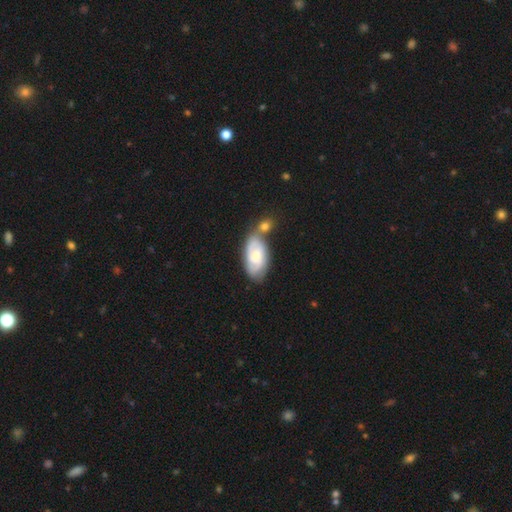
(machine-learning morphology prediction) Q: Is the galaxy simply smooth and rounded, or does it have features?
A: featured or disk — 54%.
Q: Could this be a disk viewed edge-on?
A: no — 94%.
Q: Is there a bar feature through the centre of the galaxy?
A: no — 60%.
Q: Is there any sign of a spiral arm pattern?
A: yes — 84%.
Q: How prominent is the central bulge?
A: moderate — 42%.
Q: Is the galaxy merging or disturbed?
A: none — 38%, tied with merger.